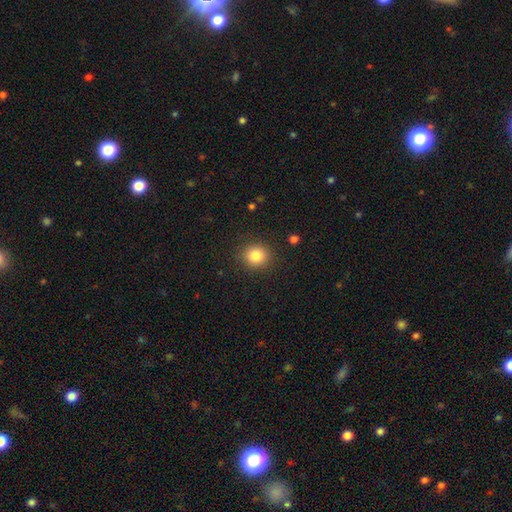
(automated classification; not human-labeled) smooth-or-featured: smooth: 83% | star or artifact: 11% | featured or disk: 6%
  how-rounded: round: 85% | in between: 14% | cigar-shaped: 1%
  merging: none: 89% | minor disturbance: 7% | major disturbance: 2% | merger: 1%